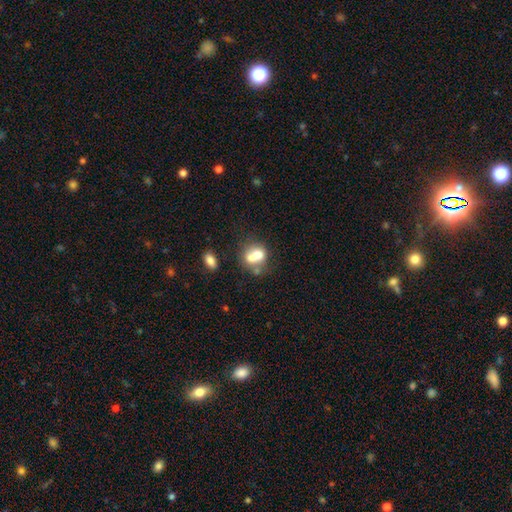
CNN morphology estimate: This is likely a smooth galaxy (64%). How rounded: likely round (61%). Merging: possibly merger (56%).